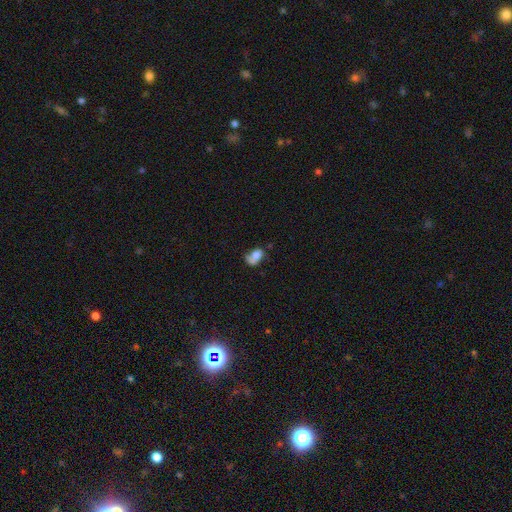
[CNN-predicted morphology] Smooth or featured? Predicted: smooth (p=0.58). How rounded? Predicted: in between (p=0.76). Merging? Predicted: none (p=0.32).